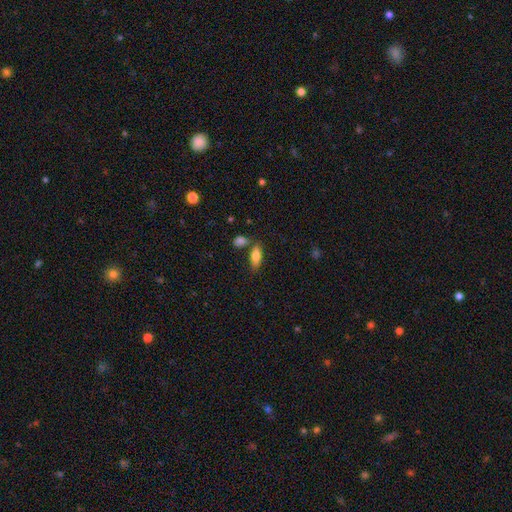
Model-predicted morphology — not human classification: type=smooth (78%); roundness=in between (74%); merging=none (70%).